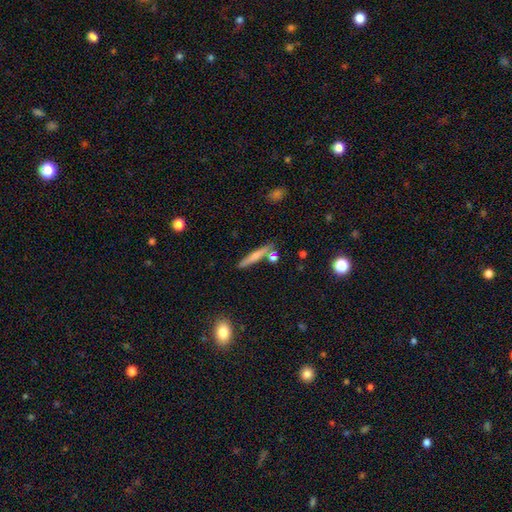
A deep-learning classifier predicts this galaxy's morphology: A smooth galaxy with no disk features (59%) that is cigar-shaped (92%).

Vote fractions:
- Smooth or featured? smooth: 59% / featured or disk: 33% / star or artifact: 7%
- How rounded? cigar-shaped: 92% / in between: 6% / round: 2%
- Merging? none: 78% / minor disturbance: 11% / merger: 9% / major disturbance: 3%